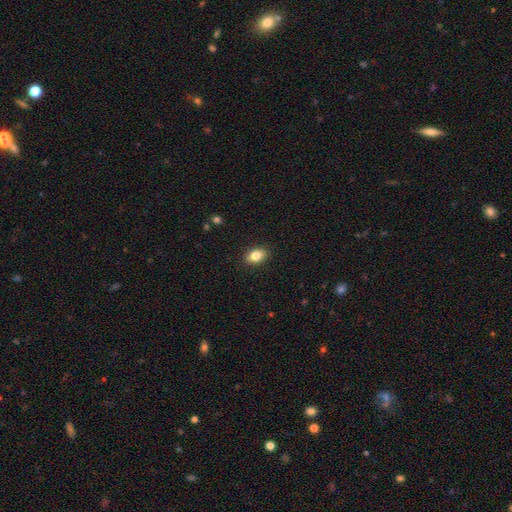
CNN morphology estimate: smooth_or_featured: smooth (p=0.84) [alt: star or artifact p=0.08]
how_rounded: in between (p=0.84) [alt: round p=0.14]
merging: none (p=0.89) [alt: minor disturbance p=0.08]